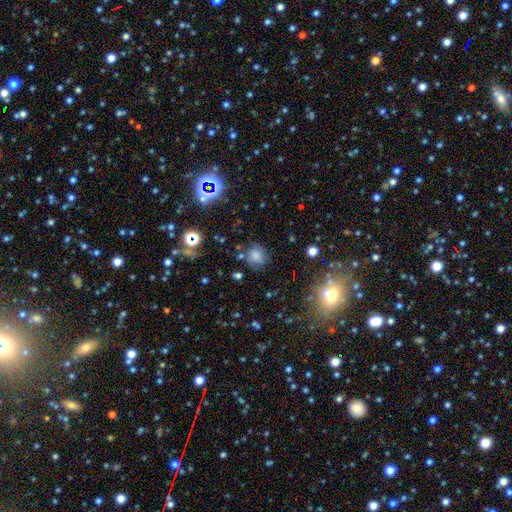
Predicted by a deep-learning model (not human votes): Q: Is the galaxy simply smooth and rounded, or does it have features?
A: smooth — 66%.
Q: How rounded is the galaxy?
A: round — 82%.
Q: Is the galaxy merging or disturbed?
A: none — 72%.